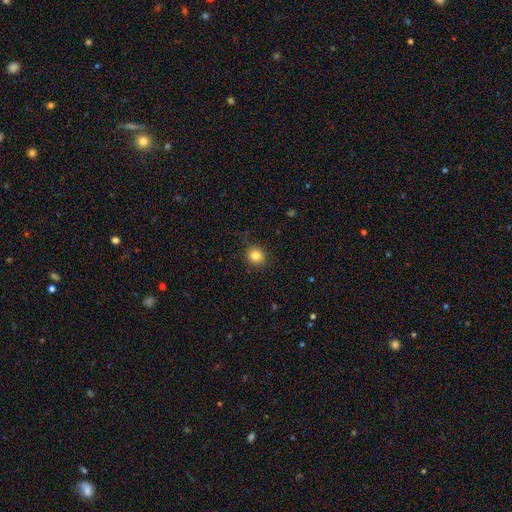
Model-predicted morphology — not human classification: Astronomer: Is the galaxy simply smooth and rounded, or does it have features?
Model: smooth — 83%.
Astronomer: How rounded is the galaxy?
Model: round — 87%.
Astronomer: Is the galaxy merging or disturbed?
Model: none — 89%.